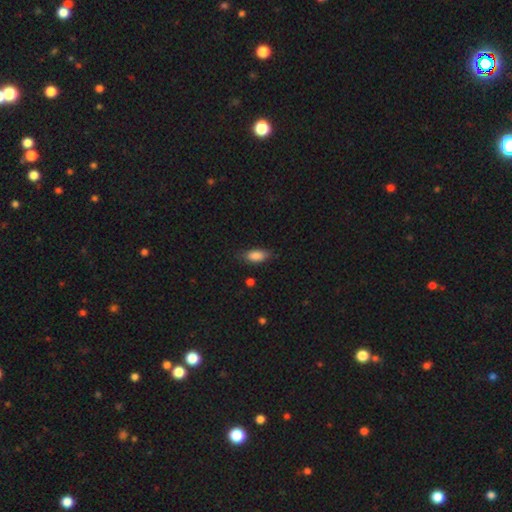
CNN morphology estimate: Overall: smooth (86%). How rounded: in between (86%). Merging: none (75%).